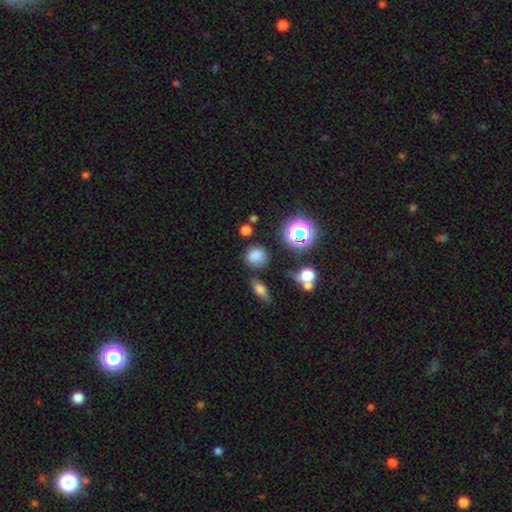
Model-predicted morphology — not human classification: The model was most divided on "how rounded": round: 75%, in between: 23%, cigar-shaped: 2%. More confident: smooth or featured — smooth (73%); merging — none (73%).